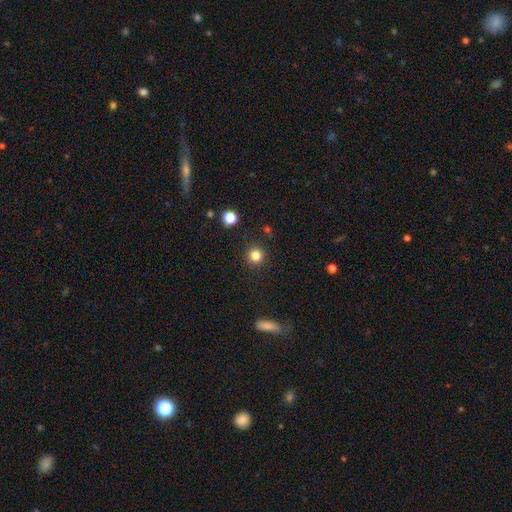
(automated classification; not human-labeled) smooth 84%, star or artifact 12%, featured or disk 5%. Down the decision tree: how rounded — round (94%); merging — none (90%).